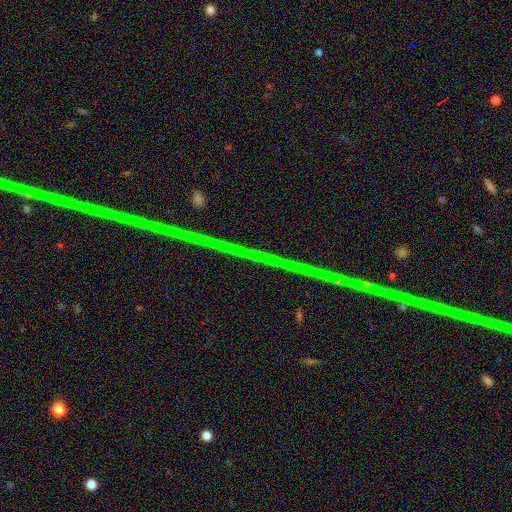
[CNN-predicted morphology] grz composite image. It shows a star or artifact, not a galaxy (78%).